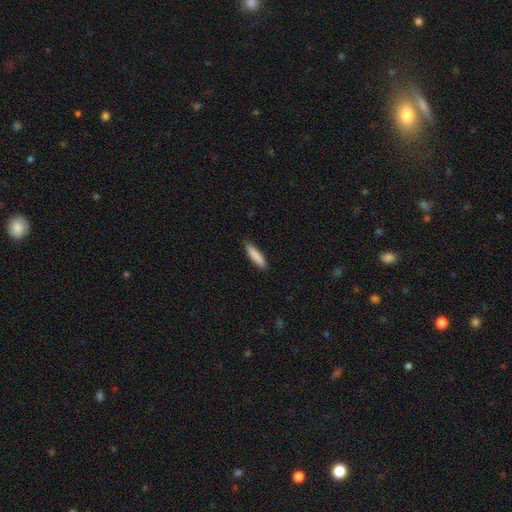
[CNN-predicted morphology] Smooth or featured: smooth — 86% (featured or disk — 8%)
How rounded: cigar-shaped — 78% (in between — 21%)
Merging: none — 86% (minor disturbance — 11%)